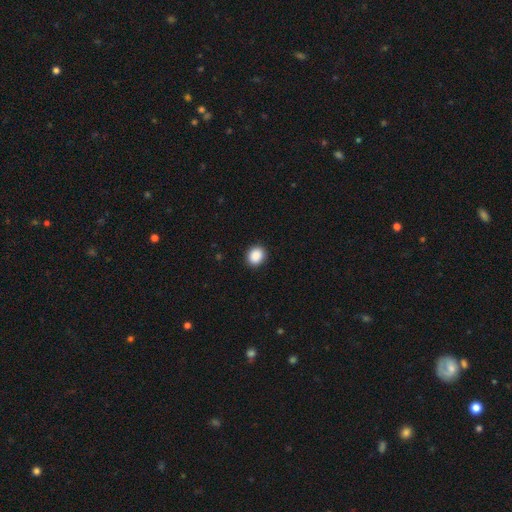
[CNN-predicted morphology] Q: Smooth or featured?
A: smooth (89%); runner-up: star or artifact (8%)
Q: How rounded?
A: round (67%); runner-up: in between (32%)
Q: Merging?
A: none (91%); runner-up: minor disturbance (6%)